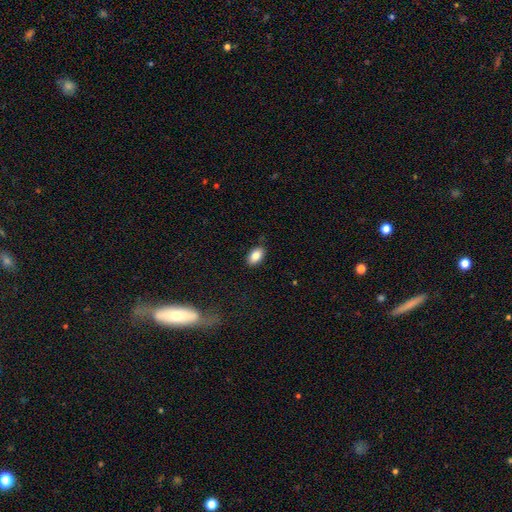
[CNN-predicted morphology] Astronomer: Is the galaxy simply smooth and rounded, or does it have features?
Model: smooth — 84%.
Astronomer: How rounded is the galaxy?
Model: in between — 92%.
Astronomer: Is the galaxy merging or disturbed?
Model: none — 87%.